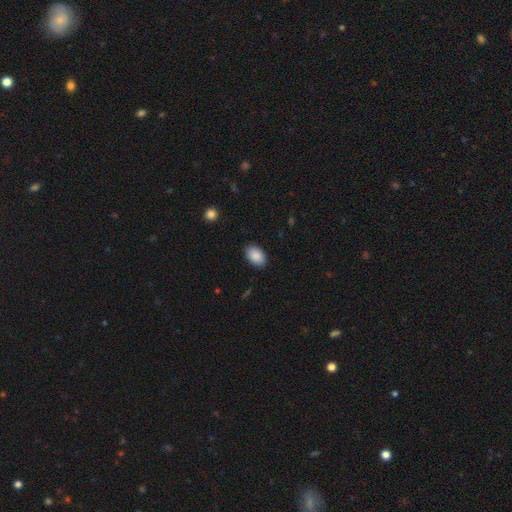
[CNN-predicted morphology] Q: Smooth or featured?
A: smooth (89%); runner-up: star or artifact (7%)
Q: How rounded?
A: in between (89%); runner-up: round (10%)
Q: Merging?
A: none (89%); runner-up: minor disturbance (8%)